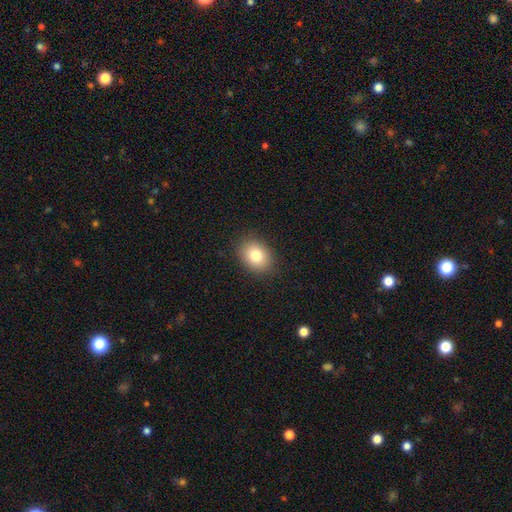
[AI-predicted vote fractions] The model was most divided on "how rounded": in between: 56%, round: 43%, cigar-shaped: 1%. More confident: merging — none (88%); smooth or featured — smooth (81%).